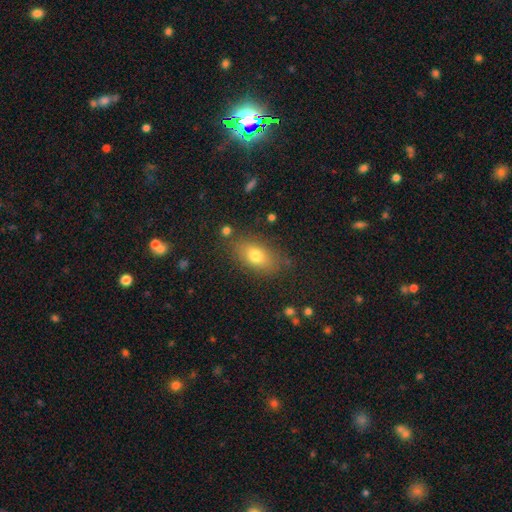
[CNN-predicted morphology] type=smooth (75%); roundness=in between (84%); merging=none (79%).